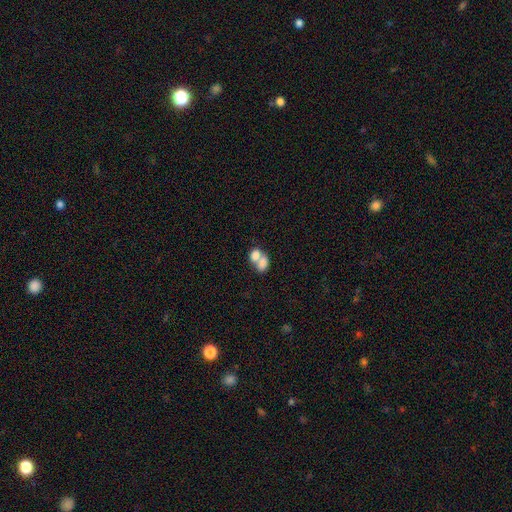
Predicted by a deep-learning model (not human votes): Morphology: type=smooth (76%); roundness=in between (76%); merging=merger (70%).